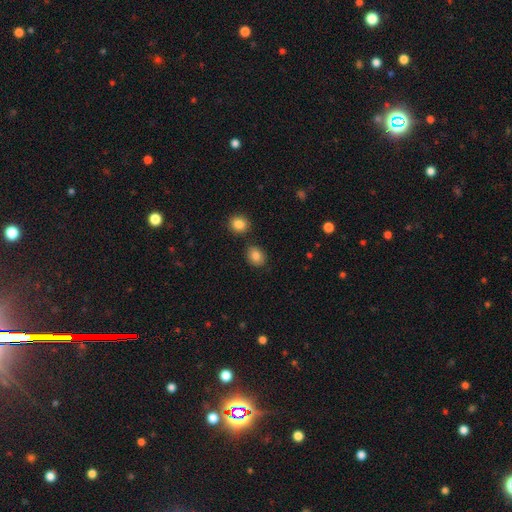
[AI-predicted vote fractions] smooth-or-featured: smooth: 85% | star or artifact: 9% | featured or disk: 6%
  how-rounded: round: 51% | in between: 48% | cigar-shaped: 1%
  merging: none: 82% | minor disturbance: 10% | merger: 6% | major disturbance: 2%